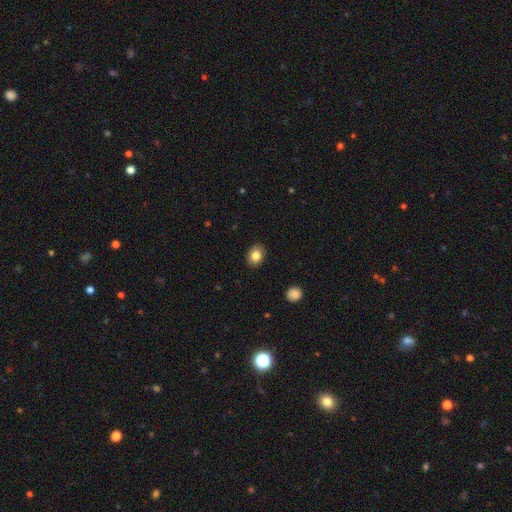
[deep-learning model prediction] This appears to be a smooth galaxy with no disk features (82%) that is in between round and cigar-shaped (64%). Merging: none (88%).